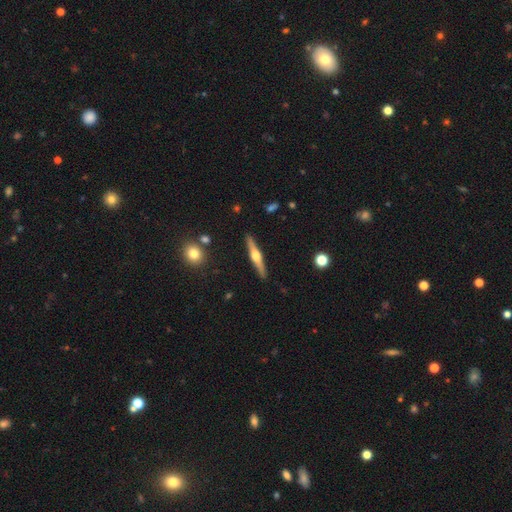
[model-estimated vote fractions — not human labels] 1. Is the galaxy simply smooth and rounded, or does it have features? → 71% featured or disk, 23% smooth, 5% star or artifact.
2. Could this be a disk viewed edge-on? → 98% yes, 2% no.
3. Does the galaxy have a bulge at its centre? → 93% rounded, 4% boxy, 3% none.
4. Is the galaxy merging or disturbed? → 90% none, 7% minor disturbance, 1% merger, 1% major disturbance.